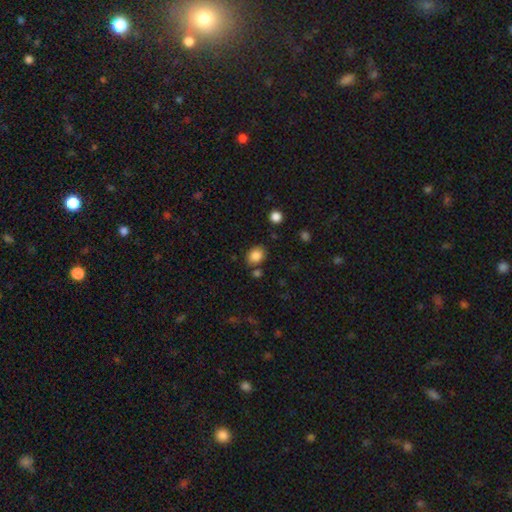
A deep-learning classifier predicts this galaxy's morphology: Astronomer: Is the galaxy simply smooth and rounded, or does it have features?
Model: smooth — 85%.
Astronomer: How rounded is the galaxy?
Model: in between — 51% (runner-up: round, 48%).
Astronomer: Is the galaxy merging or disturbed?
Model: none — 74%.